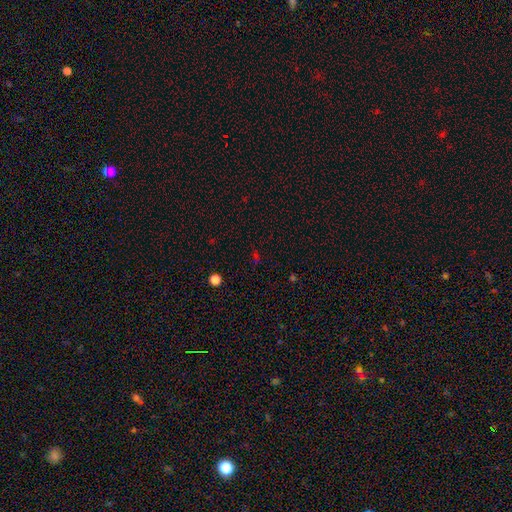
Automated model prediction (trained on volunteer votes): A star or artifact, not a galaxy (60%).